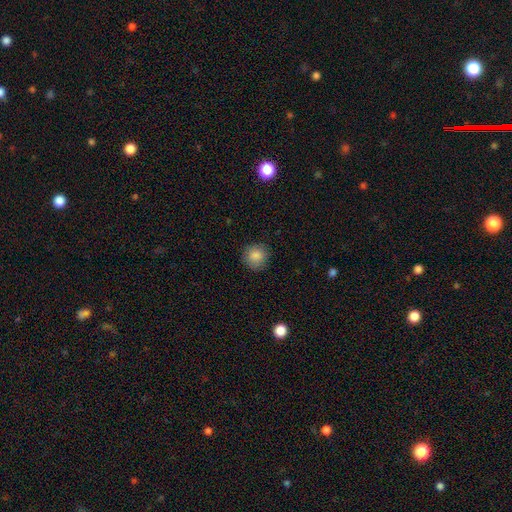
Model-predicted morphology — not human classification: This is clearly a smooth galaxy (86%). How rounded: clearly round (91%). Merging: clearly none (86%).